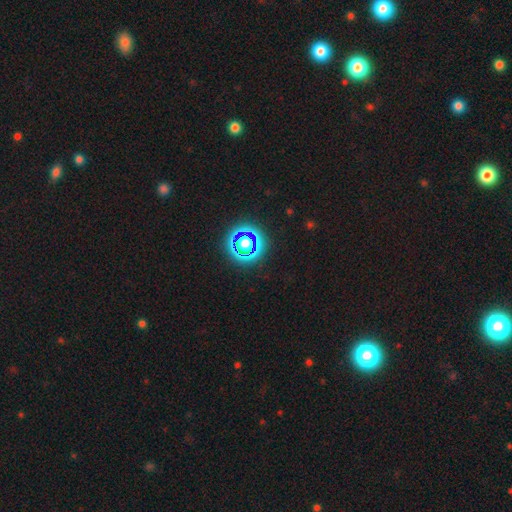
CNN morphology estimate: star or artifact 71%, smooth 23%, featured or disk 6%.